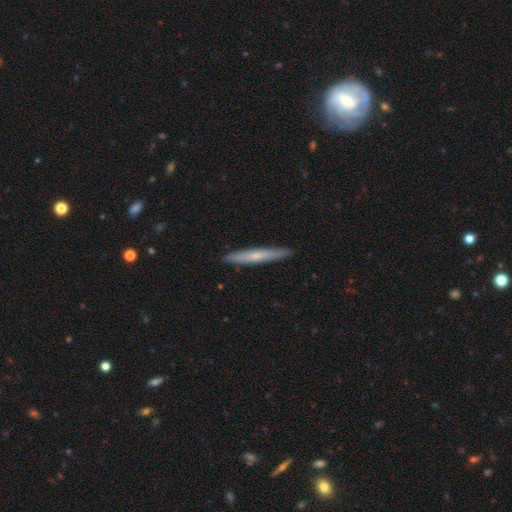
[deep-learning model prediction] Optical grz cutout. It shows a smooth galaxy with no disk features (49%). Merging: none (90%).